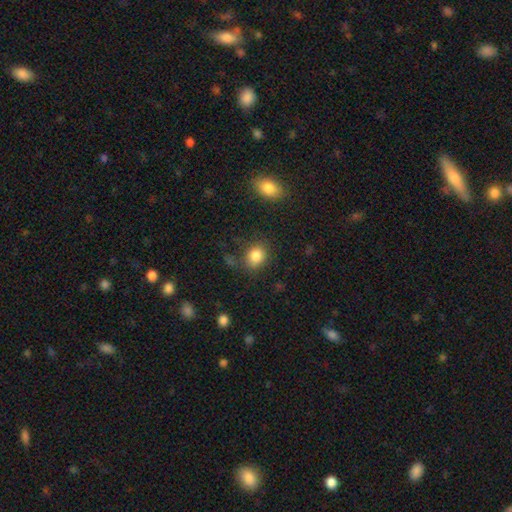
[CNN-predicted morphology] Smooth or featured: smooth — 84% (star or artifact — 10%)
How rounded: round — 66% (in between — 33%)
Merging: none — 74% (minor disturbance — 15%)